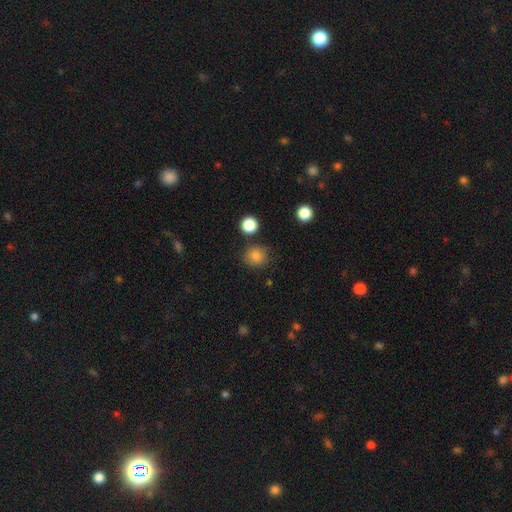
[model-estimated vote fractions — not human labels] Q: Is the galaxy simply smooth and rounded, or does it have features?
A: smooth — 83%.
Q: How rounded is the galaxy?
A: round — 86%.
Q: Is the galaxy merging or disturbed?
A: none — 83%.